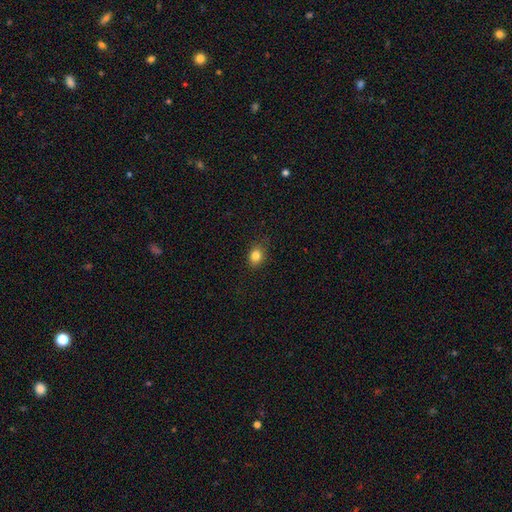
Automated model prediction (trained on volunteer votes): Smooth or featured? Predicted: smooth (p=0.83). How rounded? Predicted: round (p=0.52). Merging? Predicted: none (p=0.83).